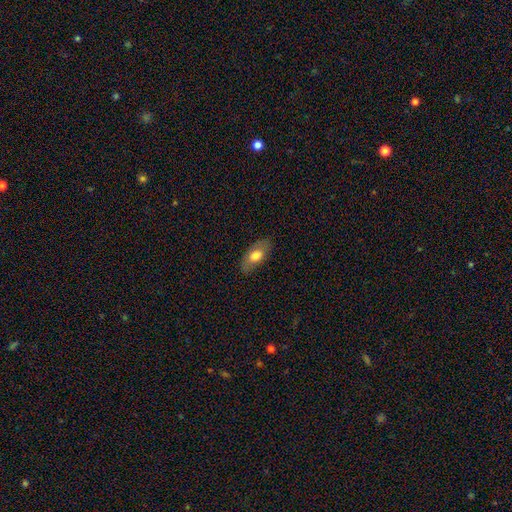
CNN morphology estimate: Q: Smooth or featured?
A: smooth (70%); runner-up: featured or disk (24%)
Q: How rounded?
A: in between (87%); runner-up: cigar-shaped (8%)
Q: Merging?
A: none (80%); runner-up: minor disturbance (15%)